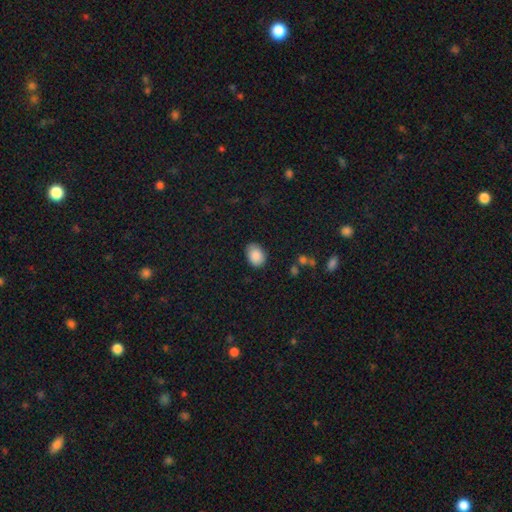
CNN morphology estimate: Smooth or featured? Predicted: smooth (p=0.89). How rounded? Predicted: in between (p=0.75). Merging? Predicted: none (p=0.81).